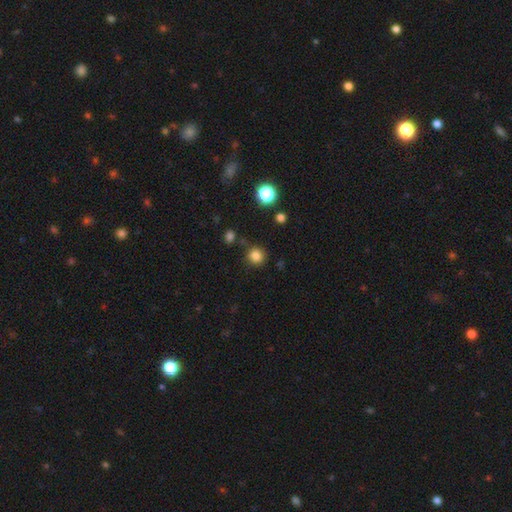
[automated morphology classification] type=smooth (83%); roundness=round (92%); merging=none (84%).